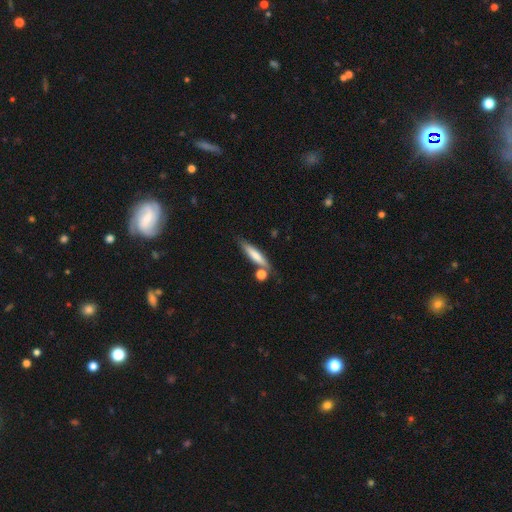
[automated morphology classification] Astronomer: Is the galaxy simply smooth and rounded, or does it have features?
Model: smooth — 68%.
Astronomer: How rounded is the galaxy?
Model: cigar-shaped — 82%.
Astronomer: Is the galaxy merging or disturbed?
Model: none — 69%.